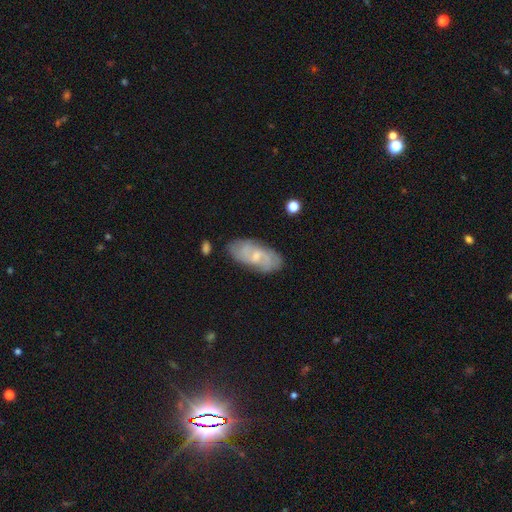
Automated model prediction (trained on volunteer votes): Smooth or featured?
  - featured or disk: 62% *
  - smooth: 30%
  - star or artifact: 7%
Edge-on disk?
  - no: 91% *
  - yes: 9%
Bar?
  - weak: 50% *
  - no: 41%
  - strong: 9%
Spiral arms?
  - yes: 80% *
  - no: 20%
Bulge size?
  - small: 57% *
  - moderate: 32%
  - none: 9%
  - large: 2%
  - dominant: 1%
Merging?
  - none: 75% *
  - minor disturbance: 17%
  - major disturbance: 5%
  - merger: 3%